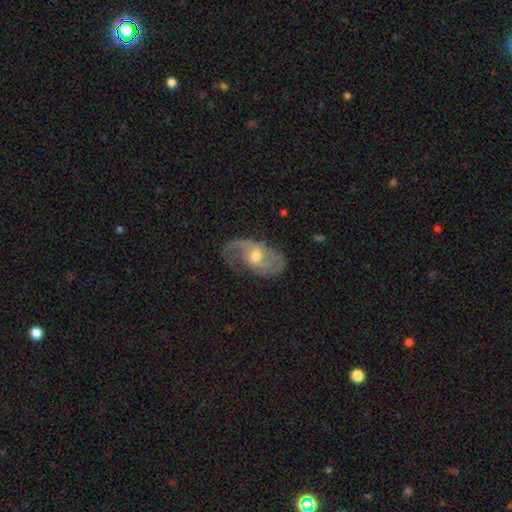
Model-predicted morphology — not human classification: Q: Smooth or featured?
A: featured or disk (81%); runner-up: smooth (13%)
Q: Edge-on disk?
A: no (95%); runner-up: yes (5%)
Q: Bar?
A: no (53%); runner-up: weak (38%)
Q: Spiral arms?
A: yes (91%); runner-up: no (9%)
Q: Spiral winding?
A: medium (44%); runner-up: tight (28%)
Q: Spiral arm count?
A: 2 (61%); runner-up: 1 (16%)
Q: Bulge size?
A: moderate (66%); runner-up: small (28%)
Q: Merging?
A: none (62%); runner-up: minor disturbance (23%)